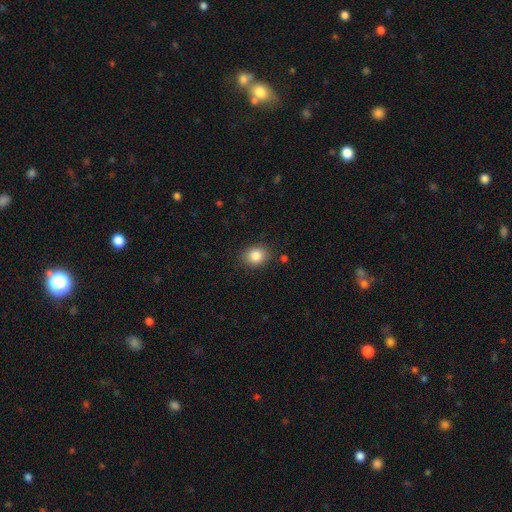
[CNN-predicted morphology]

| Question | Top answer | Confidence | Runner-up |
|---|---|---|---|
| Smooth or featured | smooth | 85% | star or artifact (9%) |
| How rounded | round | 55% | in between (44%) |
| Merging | none | 85% | minor disturbance (11%) |